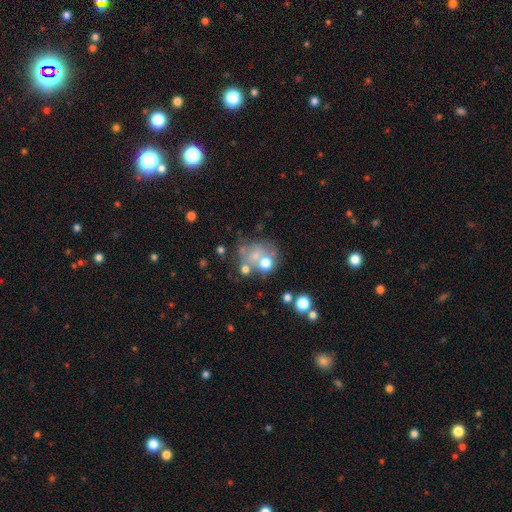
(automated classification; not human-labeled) Smooth or featured: smooth — 48% (featured or disk — 35%)
Merging: none — 37% (merger — 34%)